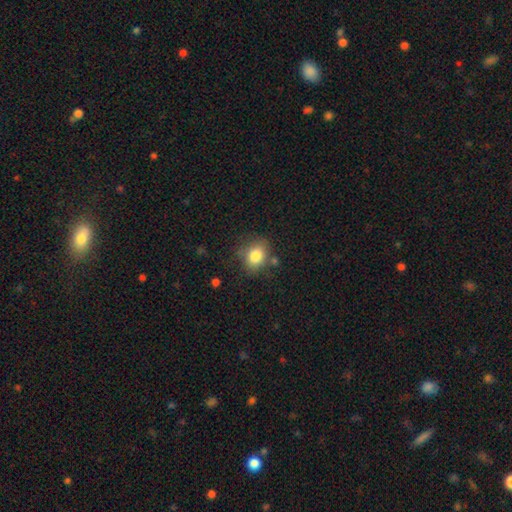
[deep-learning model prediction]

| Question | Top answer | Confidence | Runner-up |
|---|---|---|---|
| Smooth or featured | smooth | 82% | star or artifact (10%) |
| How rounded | round | 50% | in between (49%) |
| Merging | none | 71% | minor disturbance (18%) |